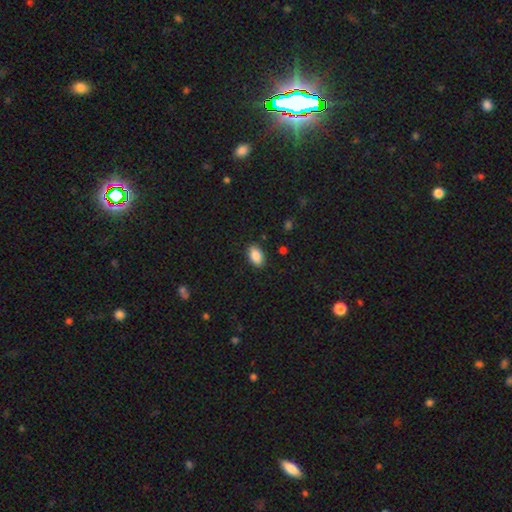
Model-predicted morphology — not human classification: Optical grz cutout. It shows a smooth galaxy with no disk features (88%) that is in between round and cigar-shaped (92%). Merging: none (88%).